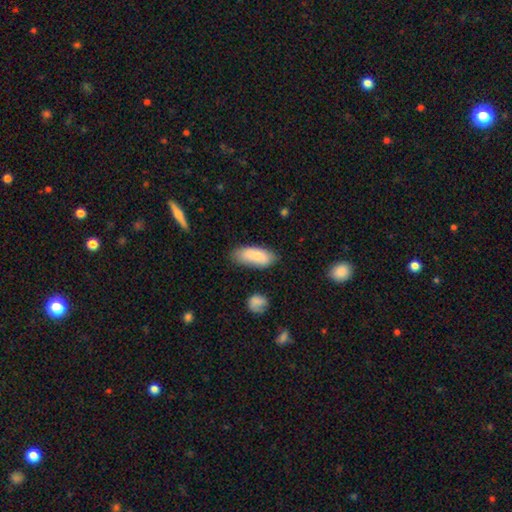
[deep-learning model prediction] The model was most divided on "merging": none: 69%, minor disturbance: 22%, major disturbance: 5%, merger: 4%. More confident: how rounded — in between (84%); smooth or featured — smooth (82%).